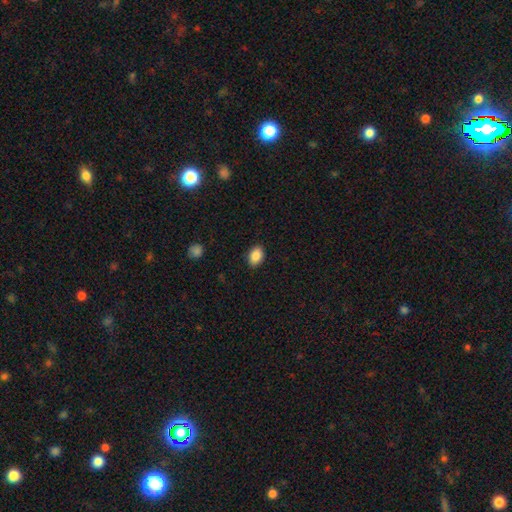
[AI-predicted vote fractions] Morphology: type=smooth (88%); roundness=in between (85%); merging=none (88%).